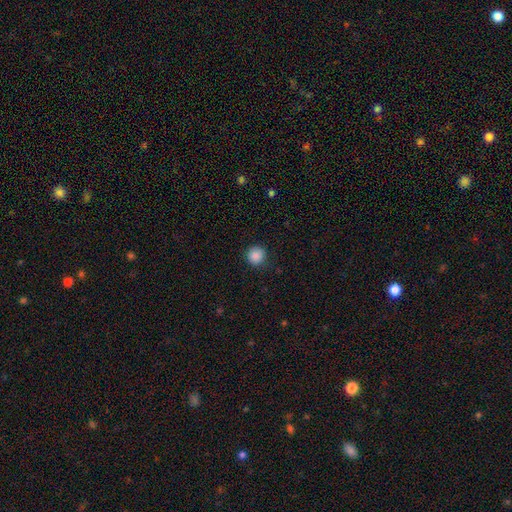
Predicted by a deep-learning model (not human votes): smooth_or_featured: smooth (p=0.88) [alt: star or artifact p=0.09]
how_rounded: round (p=0.94) [alt: in between p=0.05]
merging: none (p=0.89) [alt: minor disturbance p=0.08]